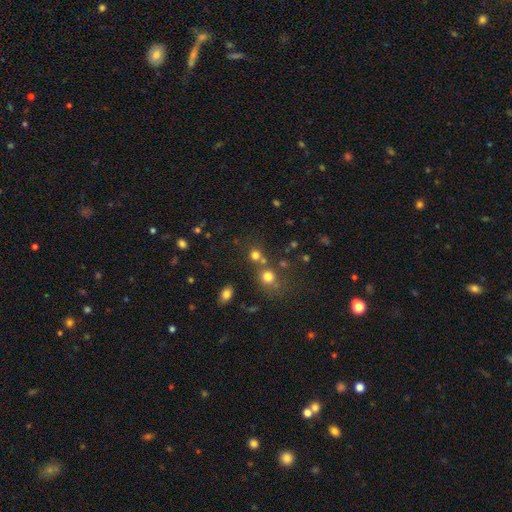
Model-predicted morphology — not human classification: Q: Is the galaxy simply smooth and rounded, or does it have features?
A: smooth — 71%.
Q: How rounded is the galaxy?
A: round — 87%.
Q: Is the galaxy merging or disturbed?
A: none — 59%.